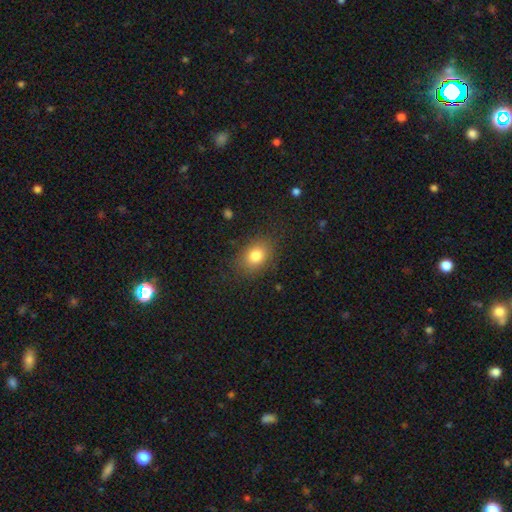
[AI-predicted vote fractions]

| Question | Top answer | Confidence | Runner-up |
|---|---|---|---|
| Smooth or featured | smooth | 82% | star or artifact (10%) |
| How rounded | in between | 68% | round (30%) |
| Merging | none | 82% | minor disturbance (12%) |